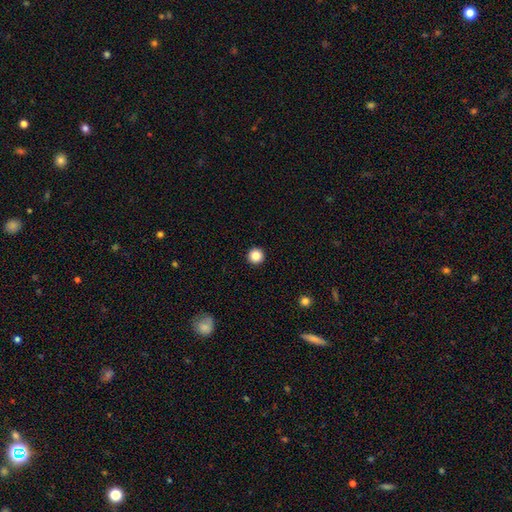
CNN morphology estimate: smooth 86%, star or artifact 10%, featured or disk 4%. Down the decision tree: how rounded — round (97%); merging — none (94%).